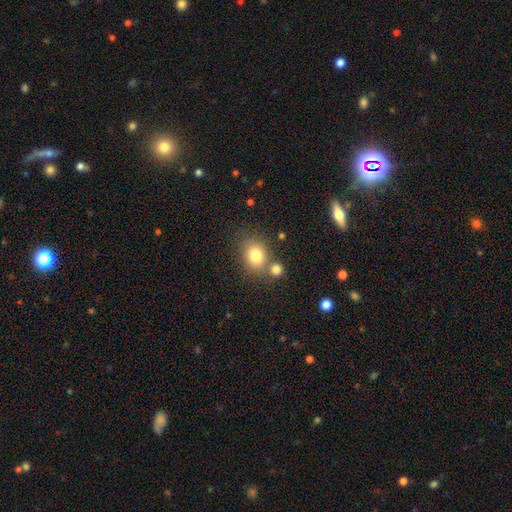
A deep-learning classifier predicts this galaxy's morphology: Q: Smooth or featured?
A: smooth (79%); runner-up: star or artifact (11%)
Q: How rounded?
A: round (54%); runner-up: in between (44%)
Q: Merging?
A: none (60%); runner-up: merger (24%)